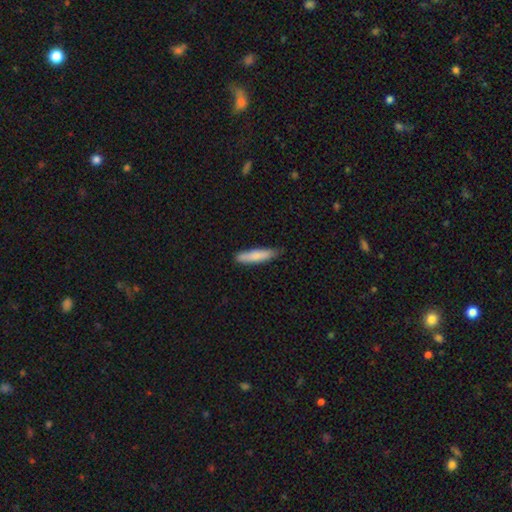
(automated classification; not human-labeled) Q: Smooth or featured?
A: smooth (83%); runner-up: featured or disk (12%)
Q: How rounded?
A: cigar-shaped (81%); runner-up: in between (18%)
Q: Merging?
A: none (81%); runner-up: minor disturbance (15%)